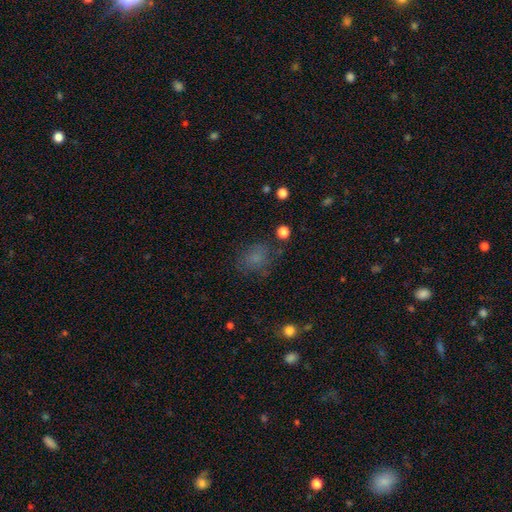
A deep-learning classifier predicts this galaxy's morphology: Smooth or featured? smooth (63%)
How rounded? round (59%)
Merging? none (69%)